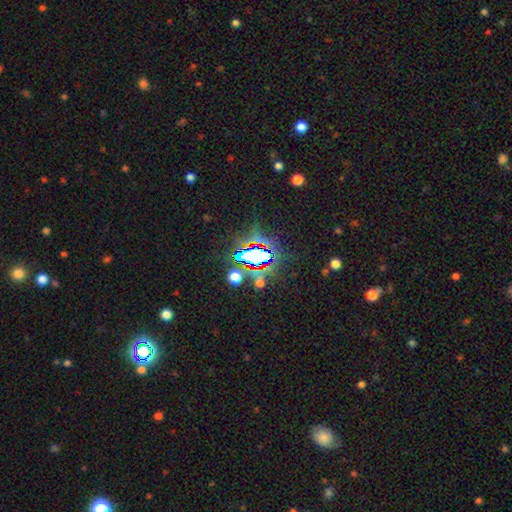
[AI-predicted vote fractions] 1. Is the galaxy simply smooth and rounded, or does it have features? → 67% star or artifact, 21% smooth, 12% featured or disk.